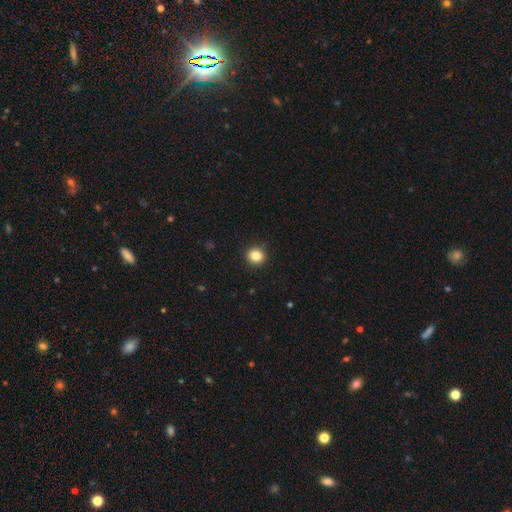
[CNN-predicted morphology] A smooth galaxy with no disk features (84%) that is round (88%).

Vote fractions:
- Smooth or featured? smooth: 84% / star or artifact: 11% / featured or disk: 5%
- How rounded? round: 88% / in between: 11% / cigar-shaped: 1%
- Merging? none: 92% / minor disturbance: 5% / major disturbance: 2% / merger: 1%